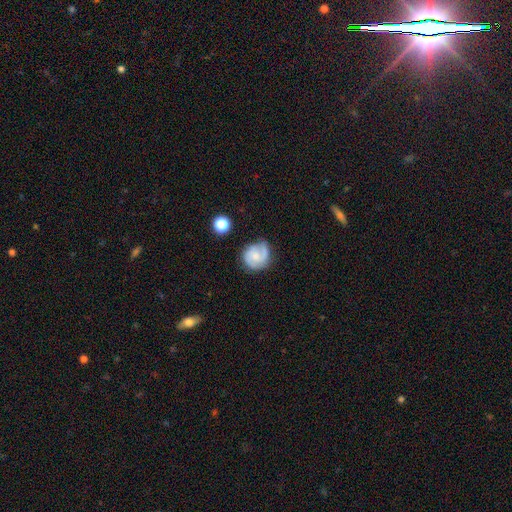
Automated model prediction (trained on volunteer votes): A featured or disk galaxy (65%) with no bar (63%), 2 (55%) tight (45%) spiral arms (93%) and a small central bulge (48%). Merging: none (65%).